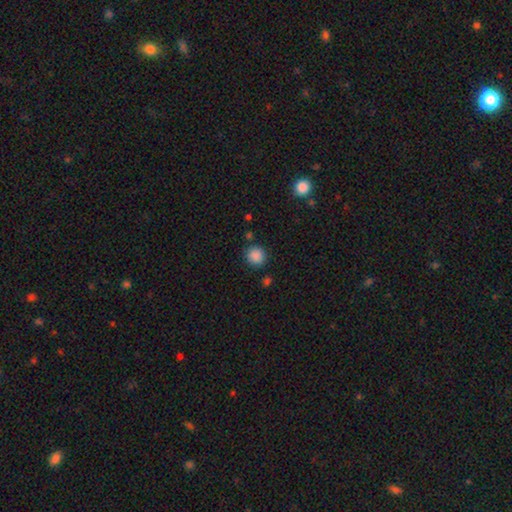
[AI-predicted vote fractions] Smooth or featured?
  - smooth: 87% *
  - star or artifact: 10%
  - featured or disk: 3%
How rounded?
  - round: 90% *
  - in between: 9%
  - cigar-shaped: 1%
Merging?
  - none: 85% *
  - minor disturbance: 9%
  - merger: 3%
  - major disturbance: 3%